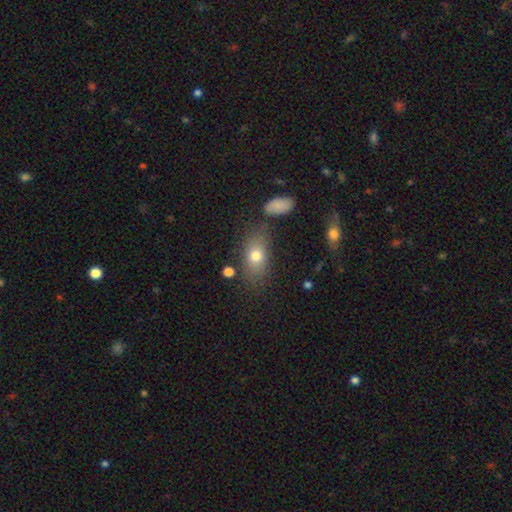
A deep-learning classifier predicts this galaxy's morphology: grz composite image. It shows a smooth galaxy with no disk features (74%) that is in between round and cigar-shaped (80%). Merging: none (73%).